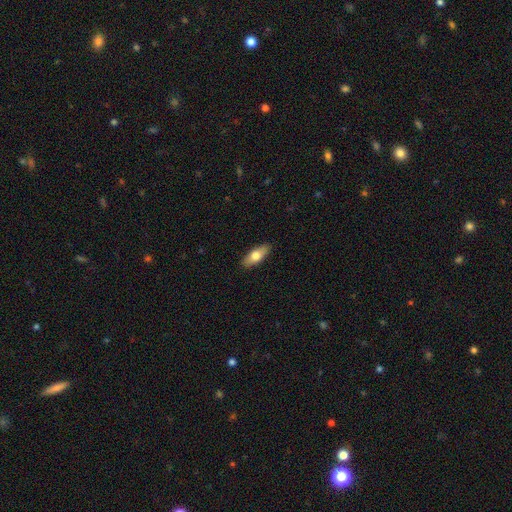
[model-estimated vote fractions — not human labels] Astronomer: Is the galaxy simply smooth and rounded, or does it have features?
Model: smooth — 69%.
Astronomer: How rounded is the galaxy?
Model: in between — 72%.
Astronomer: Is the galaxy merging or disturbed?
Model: none — 89%.